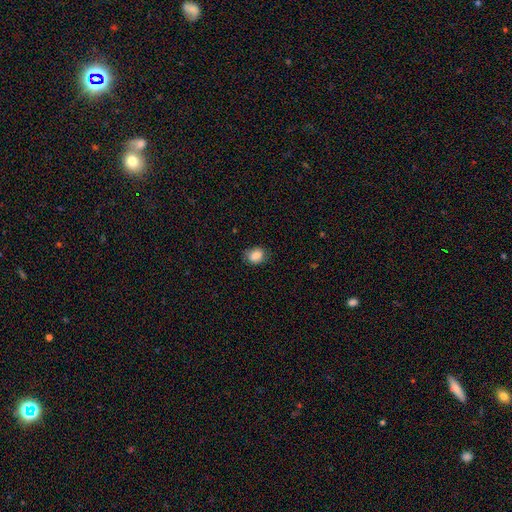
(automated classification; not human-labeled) The model was most divided on "how rounded": in between: 60%, round: 39%, cigar-shaped: 1%. More confident: smooth or featured — smooth (86%); merging — none (73%).